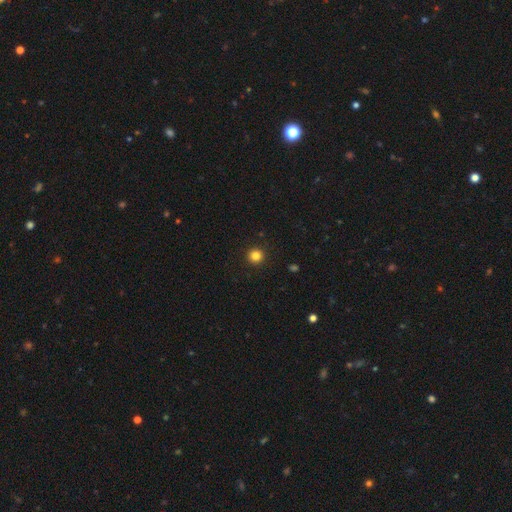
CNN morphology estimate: Smooth or featured? smooth (83%)
How rounded? round (96%)
Merging? none (93%)